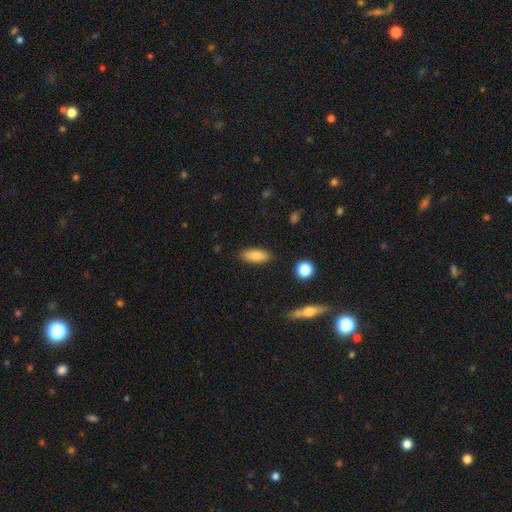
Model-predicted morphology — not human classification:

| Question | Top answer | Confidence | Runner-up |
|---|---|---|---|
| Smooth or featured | smooth | 81% | featured or disk (11%) |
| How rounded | in between | 78% | cigar-shaped (19%) |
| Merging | none | 87% | minor disturbance (10%) |